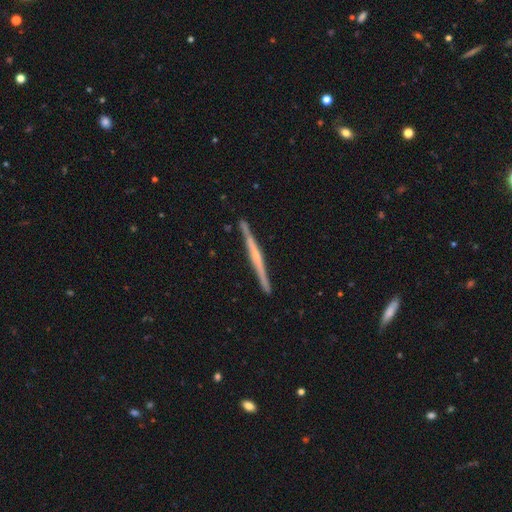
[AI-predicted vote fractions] Smooth or featured? featured or disk (70%)
Edge-on disk? yes (98%)
Edge-on bulge? none (58%)
Merging? none (90%)